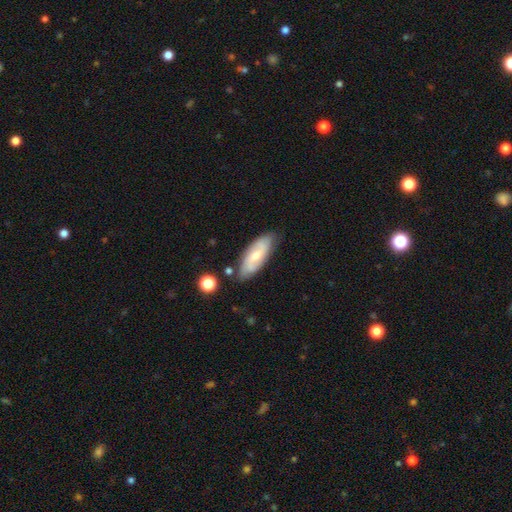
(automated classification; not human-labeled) This is possibly a featured or disk galaxy (59%). It is clearly not viewed edge-on (85%). Bar: marginally weak (44%). Spiral arm pattern: clearly yes (84%). Central bulge: possibly moderate (47%, tied with small). Merging: likely none (77%).